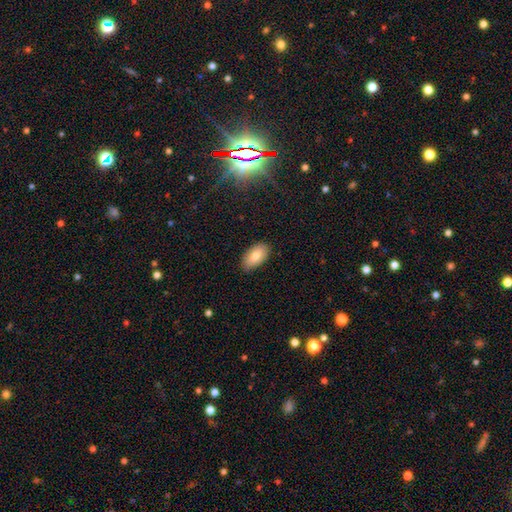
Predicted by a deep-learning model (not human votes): smooth 79%, featured or disk 14%, star or artifact 7%. Down the decision tree: how rounded — in between (94%); merging — none (84%).